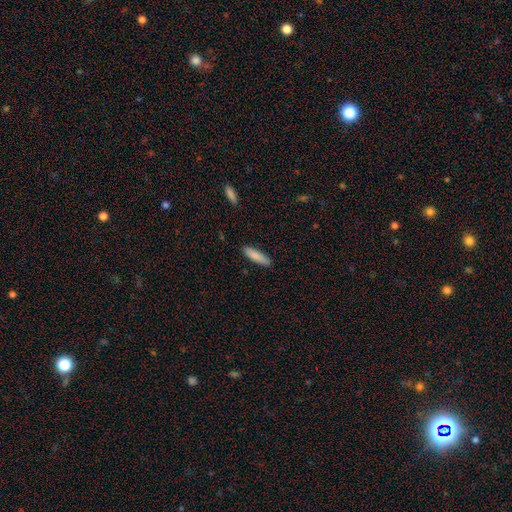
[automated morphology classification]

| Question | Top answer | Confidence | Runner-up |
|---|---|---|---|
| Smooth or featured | smooth | 87% | featured or disk (7%) |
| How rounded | cigar-shaped | 65% | in between (33%) |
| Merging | none | 88% | minor disturbance (9%) |